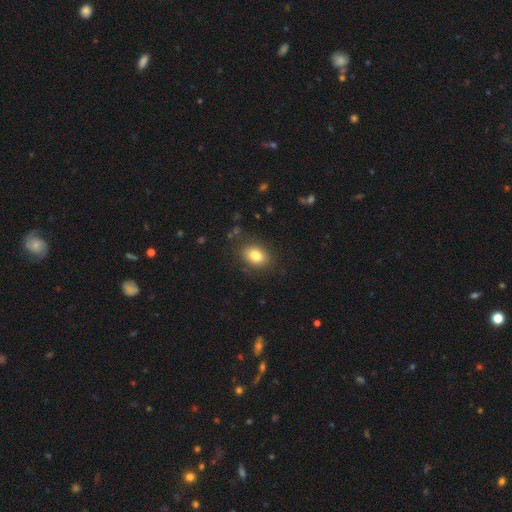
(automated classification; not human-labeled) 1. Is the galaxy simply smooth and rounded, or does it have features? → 82% smooth, 9% star or artifact, 9% featured or disk.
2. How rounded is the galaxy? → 69% in between, 30% round, 1% cigar-shaped.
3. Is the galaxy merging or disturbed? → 84% none, 11% minor disturbance, 4% major disturbance, 1% merger.